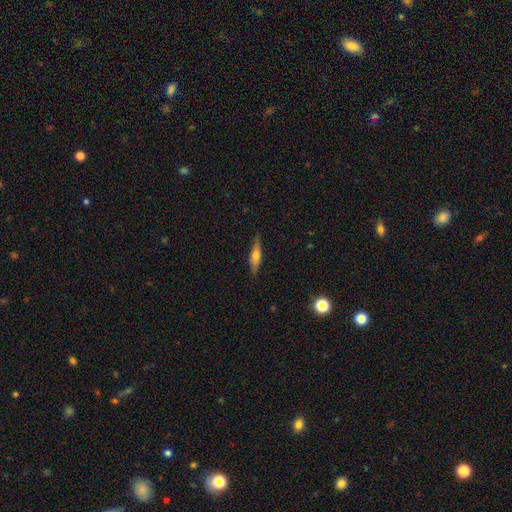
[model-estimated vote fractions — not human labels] Smooth or featured?
  - featured or disk: 49% *
  - smooth: 45%
  - star or artifact: 7%
Merging?
  - none: 85% *
  - minor disturbance: 12%
  - major disturbance: 2%
  - merger: 1%